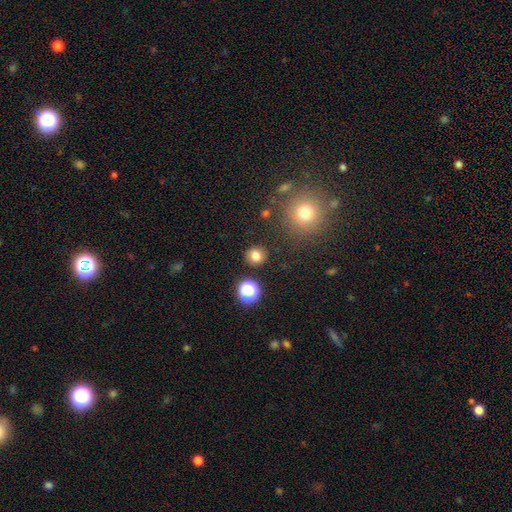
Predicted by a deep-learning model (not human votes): The model was most divided on "smooth or featured": smooth: 79%, star or artifact: 15%, featured or disk: 6%. More confident: how rounded — round (88%); merging — none (87%).